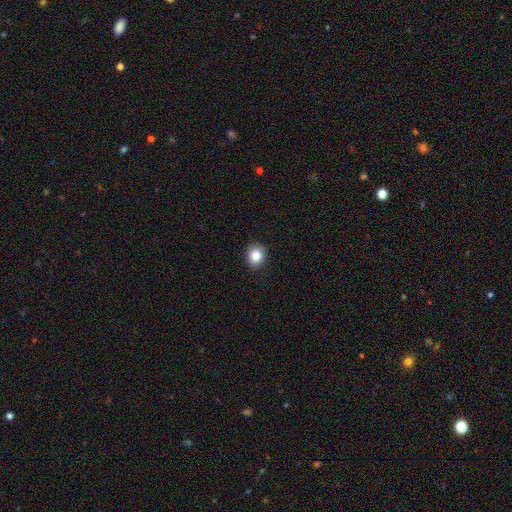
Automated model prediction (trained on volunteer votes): The model was most divided on "how rounded": round: 67%, in between: 32%, cigar-shaped: 1%. More confident: merging — none (87%); smooth or featured — smooth (86%).